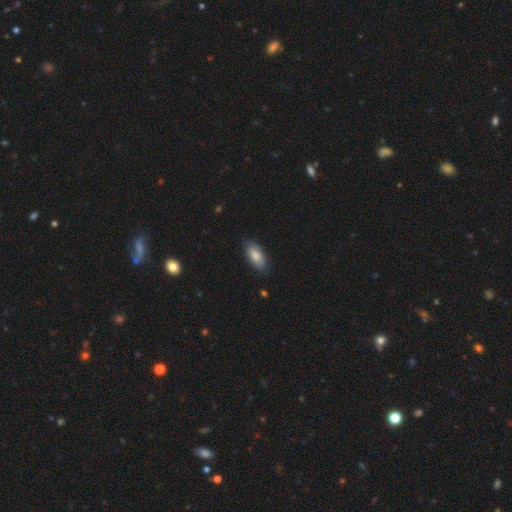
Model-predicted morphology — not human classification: Smooth or featured: smooth — 81% (featured or disk — 13%)
How rounded: in between — 88% (cigar-shaped — 9%)
Merging: none — 77% (minor disturbance — 19%)